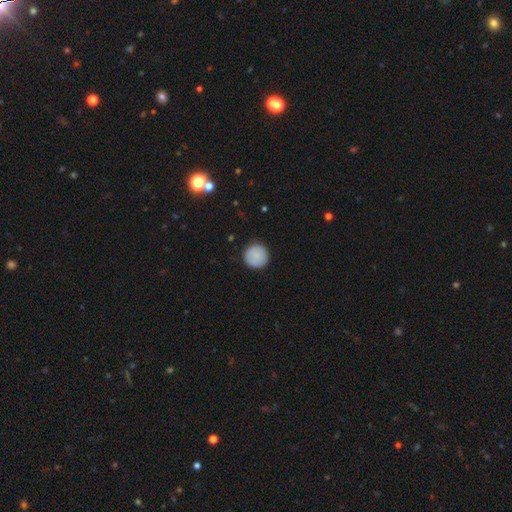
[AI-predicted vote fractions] A smooth galaxy with no disk features (87%) that is round (96%).

Vote fractions:
- Smooth or featured? smooth: 87% / featured or disk: 7% / star or artifact: 7%
- How rounded? round: 96% / in between: 3% / cigar-shaped: 1%
- Merging? none: 90% / minor disturbance: 7% / major disturbance: 2% / merger: 1%